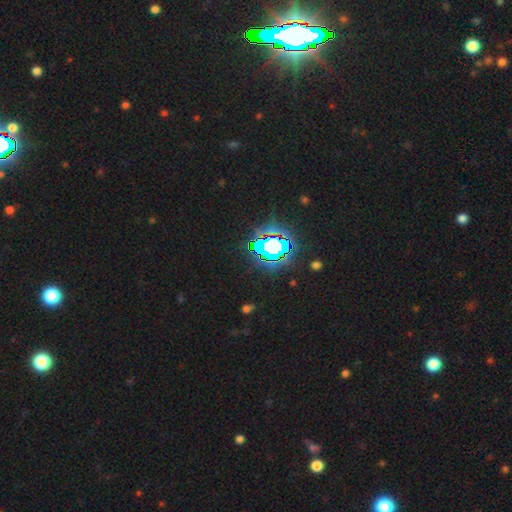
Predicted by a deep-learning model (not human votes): Q: Smooth or featured?
A: star or artifact (86%); runner-up: smooth (8%)